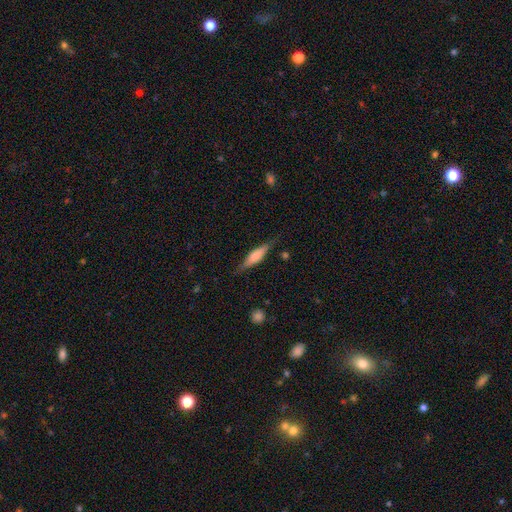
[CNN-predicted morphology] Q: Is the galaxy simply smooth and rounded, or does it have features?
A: smooth — 55%.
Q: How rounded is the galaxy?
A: cigar-shaped — 71%.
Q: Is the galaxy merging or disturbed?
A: none — 79%.